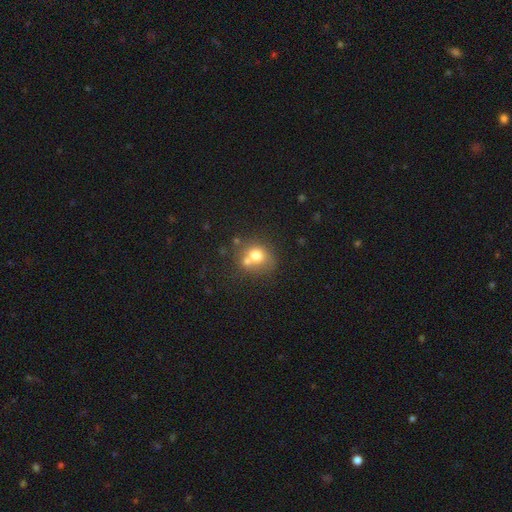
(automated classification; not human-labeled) This is likely a smooth galaxy (70%). How rounded: likely round (75%). Merging: possibly none (46%).